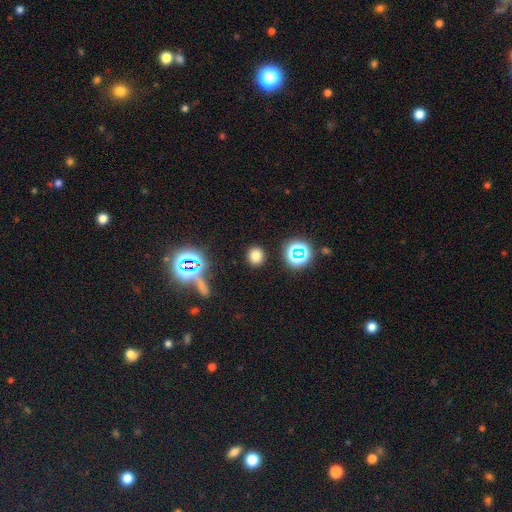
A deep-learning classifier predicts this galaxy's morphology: A smooth galaxy with no disk features (73%) that is round (83%).

Vote fractions:
- Smooth or featured? smooth: 73% / star or artifact: 20% / featured or disk: 7%
- How rounded? round: 83% / in between: 15% / cigar-shaped: 1%
- Merging? none: 89% / minor disturbance: 6% / major disturbance: 3% / merger: 2%